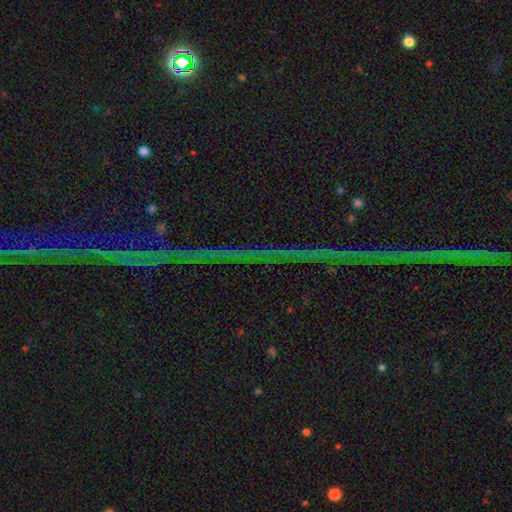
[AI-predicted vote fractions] Q: Smooth or featured?
A: star or artifact (87%); runner-up: featured or disk (8%)